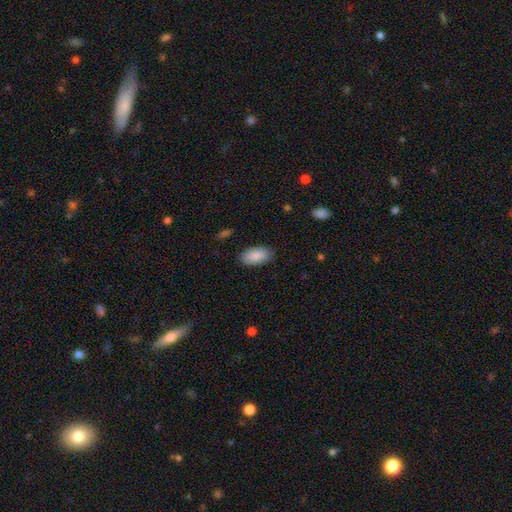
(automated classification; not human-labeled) Q: Smooth or featured?
A: smooth (88%); runner-up: star or artifact (6%)
Q: How rounded?
A: in between (94%); runner-up: round (3%)
Q: Merging?
A: none (85%); runner-up: minor disturbance (12%)